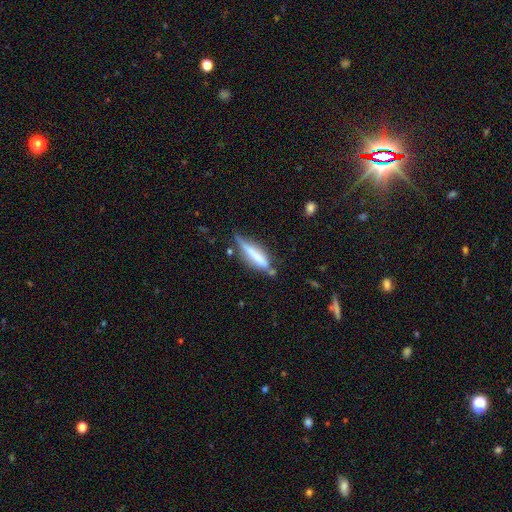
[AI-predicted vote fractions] smooth_or_featured: smooth (p=0.53) [alt: featured or disk p=0.39]
how_rounded: cigar-shaped (p=0.76) [alt: in between p=0.22]
merging: none (p=0.52) [alt: minor disturbance p=0.28]